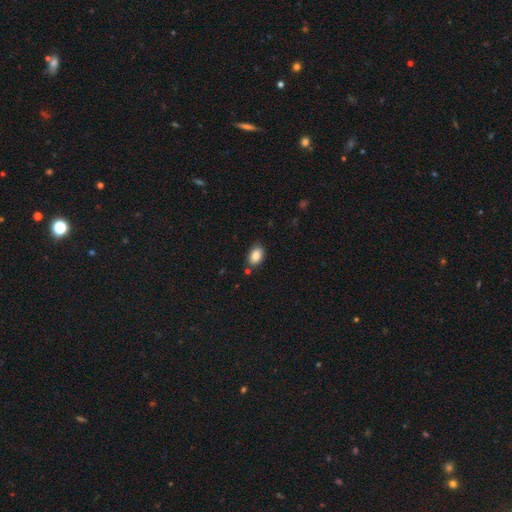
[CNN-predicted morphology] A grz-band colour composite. It shows a smooth galaxy with no disk features (87%) that is in between round and cigar-shaped (87%). Merging: none (77%).